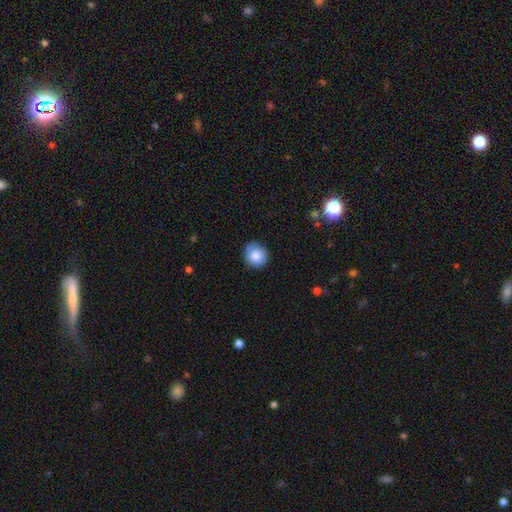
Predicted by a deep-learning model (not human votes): smooth 84%, star or artifact 8%, featured or disk 8%. Down the decision tree: how rounded — round (85%); merging — none (81%).